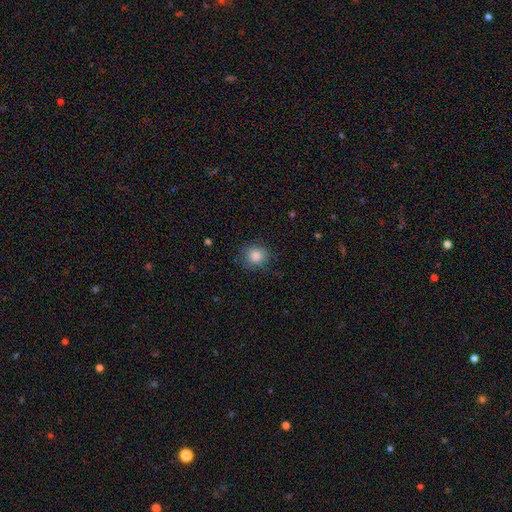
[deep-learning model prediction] smooth_or_featured: smooth (p=0.85) [alt: star or artifact p=0.10]
how_rounded: round (p=0.87) [alt: in between p=0.12]
merging: none (p=0.83) [alt: minor disturbance p=0.12]